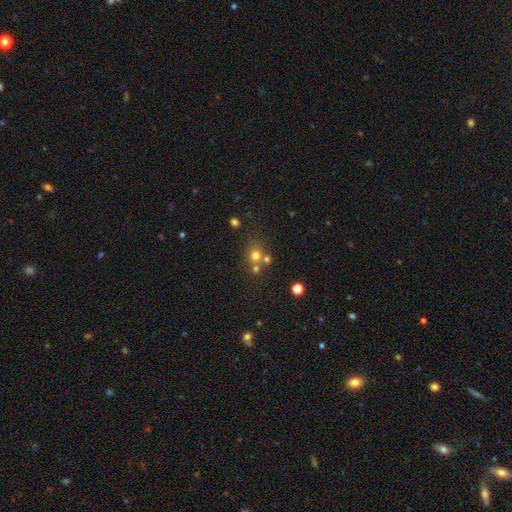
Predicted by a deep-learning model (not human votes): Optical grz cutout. It shows a smooth galaxy with no disk features (70%) that is round (80%). Merging: none (55%).